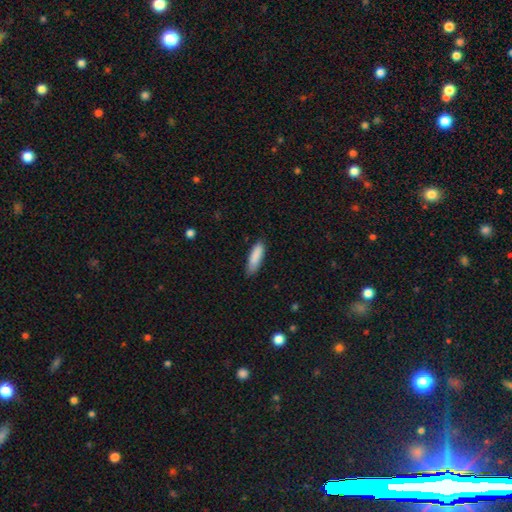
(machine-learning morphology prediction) This is clearly a smooth galaxy (88%). How rounded: possibly cigar-shaped (58%). Merging: likely none (80%).